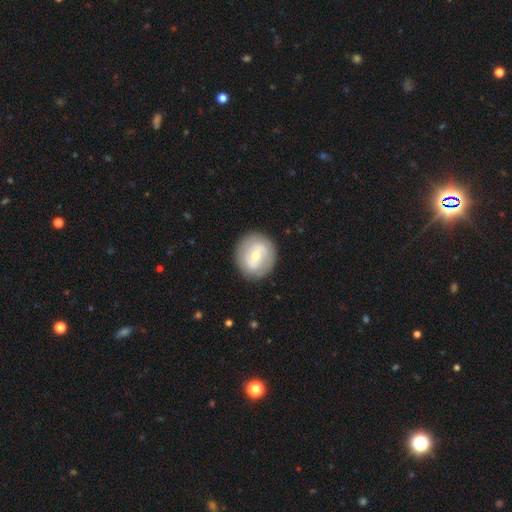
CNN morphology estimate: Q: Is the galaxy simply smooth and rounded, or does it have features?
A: featured or disk — 67%.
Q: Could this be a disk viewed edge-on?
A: no — 97%.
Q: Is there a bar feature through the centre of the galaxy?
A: weak — 46%.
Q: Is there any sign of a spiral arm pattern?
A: yes — 64%.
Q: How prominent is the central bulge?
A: moderate — 58%.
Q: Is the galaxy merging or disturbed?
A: none — 85%.